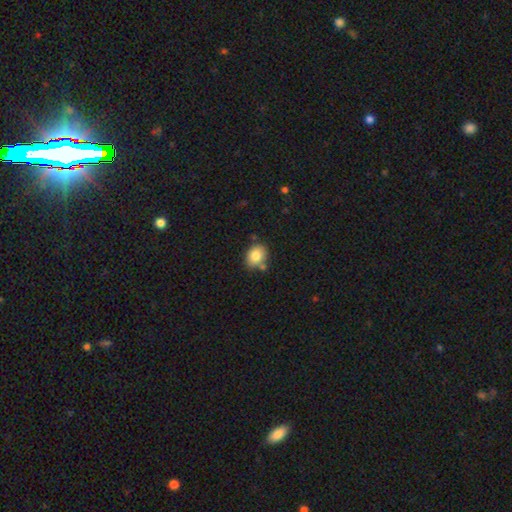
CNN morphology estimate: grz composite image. It shows a smooth galaxy with no disk features (82%) that is in between round and cigar-shaped (63%). Merging: none (69%).